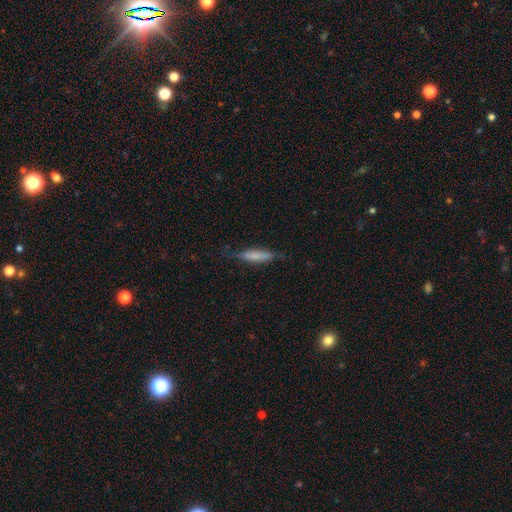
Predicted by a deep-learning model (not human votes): Smooth or featured? smooth (64%)
How rounded? cigar-shaped (75%)
Merging? none (73%)